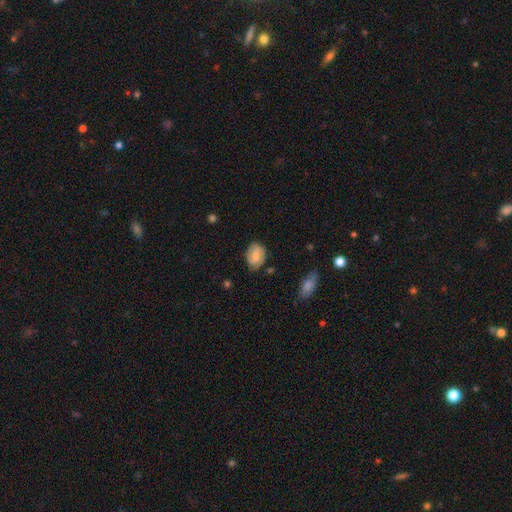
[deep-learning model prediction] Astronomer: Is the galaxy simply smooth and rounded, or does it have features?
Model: smooth — 61%.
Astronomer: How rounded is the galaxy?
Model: in between — 68%.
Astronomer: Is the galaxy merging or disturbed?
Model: none — 66%.